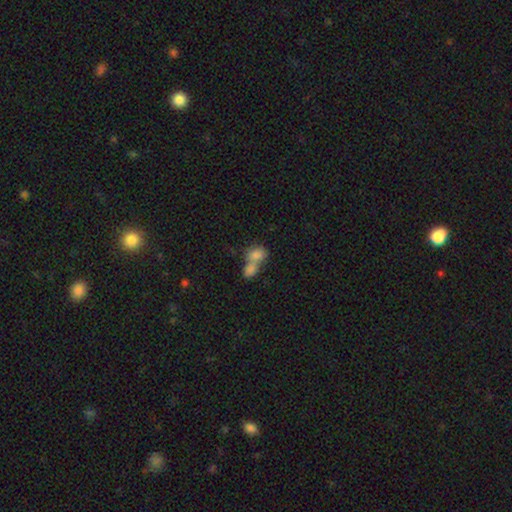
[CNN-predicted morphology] smooth 79%, featured or disk 12%, star or artifact 9%. Down the decision tree: how rounded — in between (67%); merging — merger (70%).